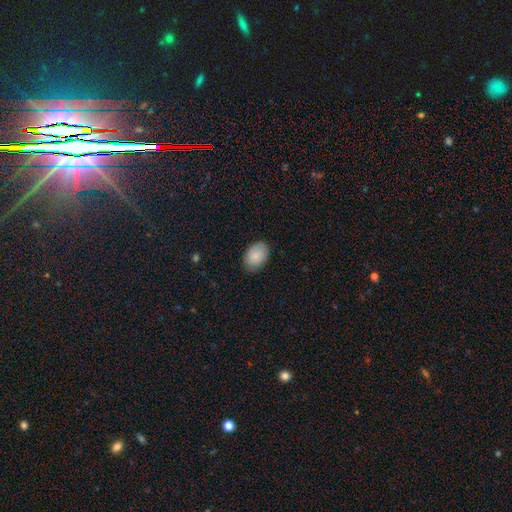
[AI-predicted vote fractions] Smooth or featured? Predicted: smooth (p=0.82). How rounded? Predicted: in between (p=0.85). Merging? Predicted: none (p=0.81).